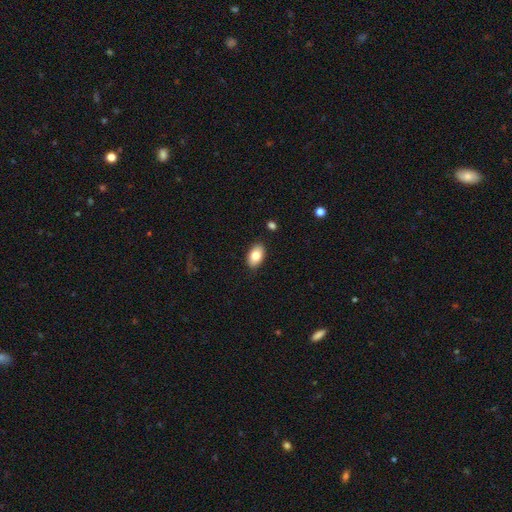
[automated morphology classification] Smooth or featured? smooth (81%)
How rounded? in between (93%)
Merging? none (88%)